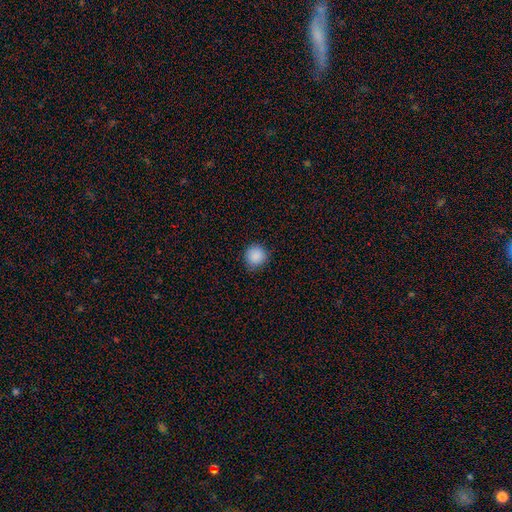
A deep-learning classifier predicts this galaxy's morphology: This is clearly a smooth galaxy (88%). How rounded: clearly round (91%). Merging: clearly none (85%).